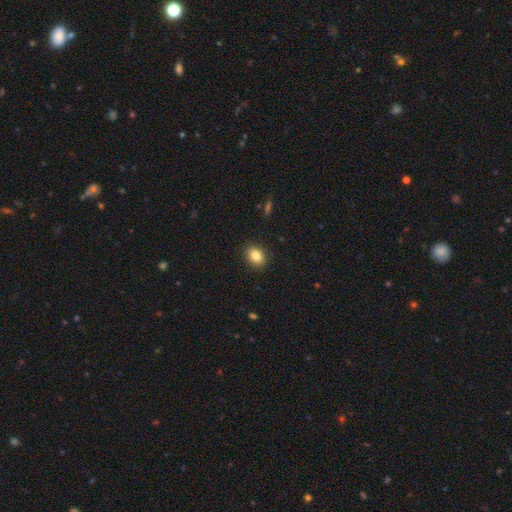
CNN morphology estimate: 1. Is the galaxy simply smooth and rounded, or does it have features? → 84% smooth, 9% star or artifact, 7% featured or disk.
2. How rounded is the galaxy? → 64% in between, 35% round, 1% cigar-shaped.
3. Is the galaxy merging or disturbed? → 90% none, 7% minor disturbance, 2% major disturbance, 1% merger.